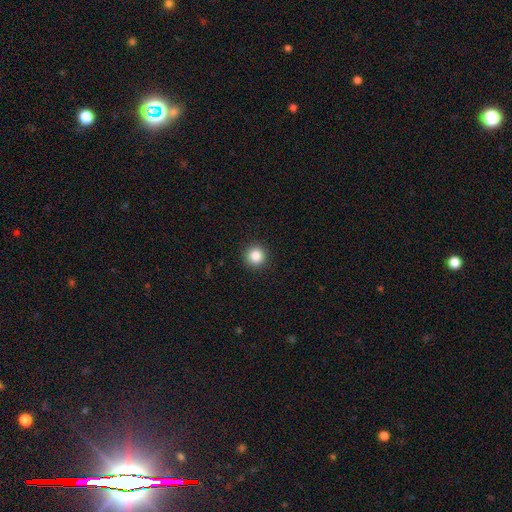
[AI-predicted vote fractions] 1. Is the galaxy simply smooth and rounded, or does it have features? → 85% smooth, 11% star or artifact, 4% featured or disk.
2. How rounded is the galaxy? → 95% round, 4% in between, 1% cigar-shaped.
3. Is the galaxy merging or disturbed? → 93% none, 5% minor disturbance, 2% major disturbance, 1% merger.